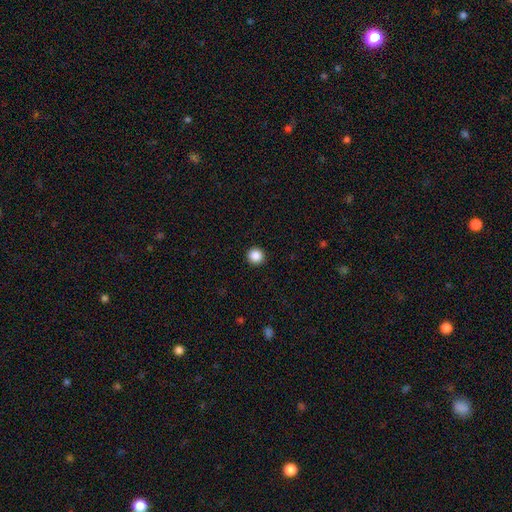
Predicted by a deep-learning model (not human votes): Q: Smooth or featured?
A: smooth (88%); runner-up: star or artifact (10%)
Q: How rounded?
A: round (96%); runner-up: in between (3%)
Q: Merging?
A: none (93%); runner-up: minor disturbance (4%)